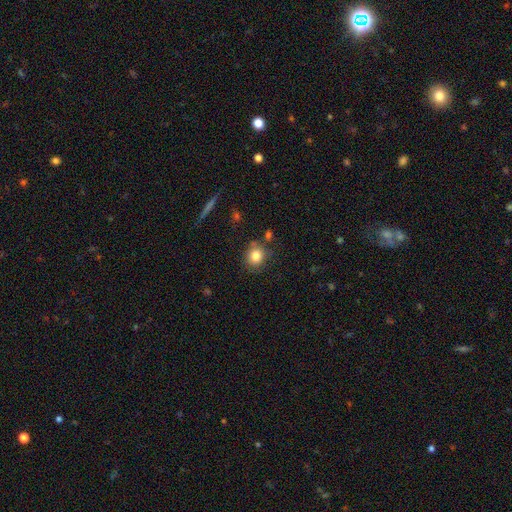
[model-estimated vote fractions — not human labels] This appears to be a smooth galaxy with no disk features (82%) that is round (79%). Merging: none (76%).